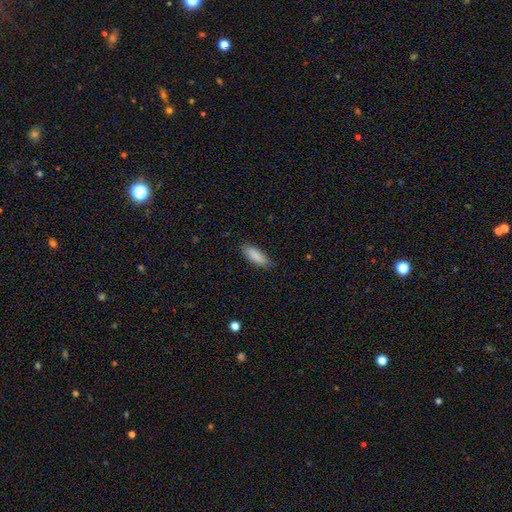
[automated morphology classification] smooth-or-featured: smooth: 89% | star or artifact: 6% | featured or disk: 5%
  how-rounded: in between: 66% | cigar-shaped: 33% | round: 2%
  merging: none: 79% | minor disturbance: 17% | major disturbance: 3% | merger: 1%